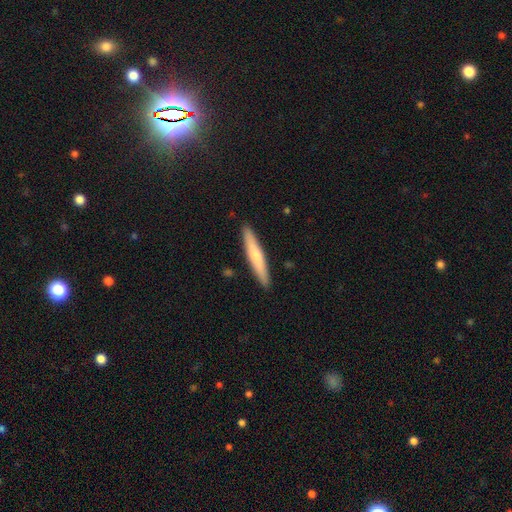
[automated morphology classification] A smooth galaxy with no disk features (60%) that is cigar-shaped (93%).

Vote fractions:
- Smooth or featured? smooth: 60% / featured or disk: 35% / star or artifact: 5%
- How rounded? cigar-shaped: 93% / in between: 6% / round: 1%
- Merging? none: 91% / minor disturbance: 6% / major disturbance: 1% / merger: 1%